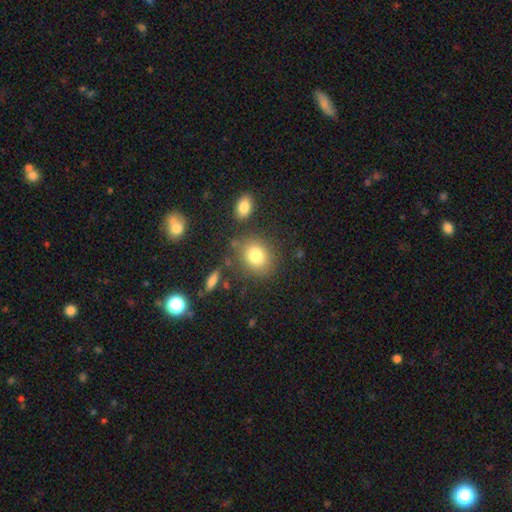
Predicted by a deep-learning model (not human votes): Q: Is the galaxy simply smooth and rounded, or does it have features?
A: smooth — 80%.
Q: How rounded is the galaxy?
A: round — 59%.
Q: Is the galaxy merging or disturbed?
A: none — 76%.